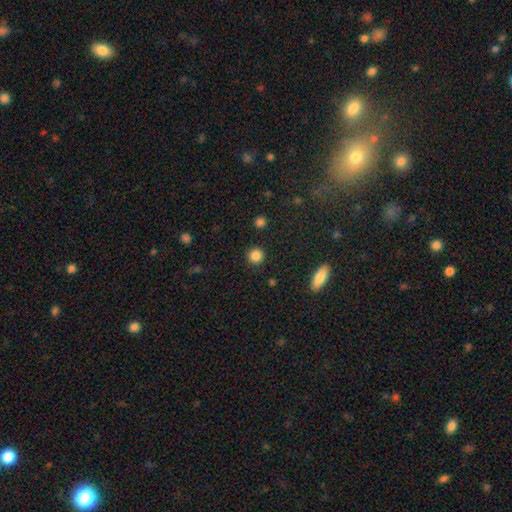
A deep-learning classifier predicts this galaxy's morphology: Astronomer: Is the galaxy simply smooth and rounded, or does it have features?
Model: smooth — 85%.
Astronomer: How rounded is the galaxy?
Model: round — 94%.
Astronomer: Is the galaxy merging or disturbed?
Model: none — 91%.